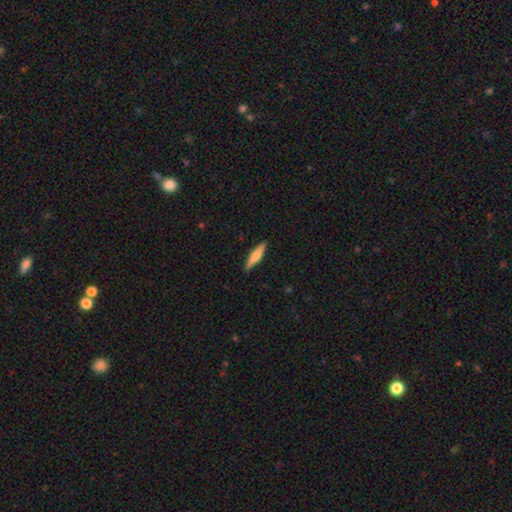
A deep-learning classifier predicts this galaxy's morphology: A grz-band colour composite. It shows a smooth galaxy with no disk features (59%) that is cigar-shaped (83%). Merging: none (89%).